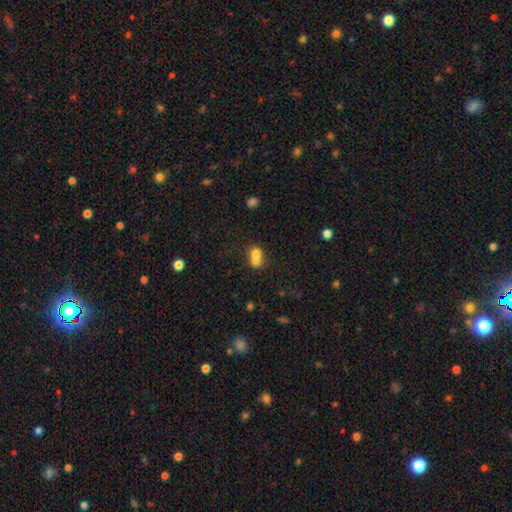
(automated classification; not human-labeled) The model was most divided on "how rounded": round: 62%, in between: 37%, cigar-shaped: 1%. More confident: smooth or featured — smooth (71%); merging — merger (69%).